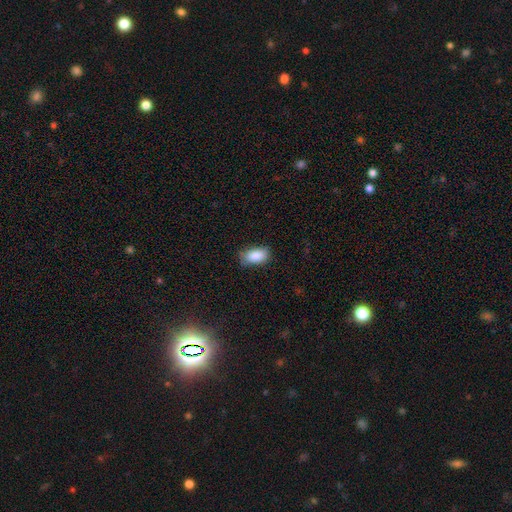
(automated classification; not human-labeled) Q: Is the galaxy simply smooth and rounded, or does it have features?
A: smooth — 87%.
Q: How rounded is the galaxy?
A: in between — 92%.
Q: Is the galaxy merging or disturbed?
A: none — 71%.